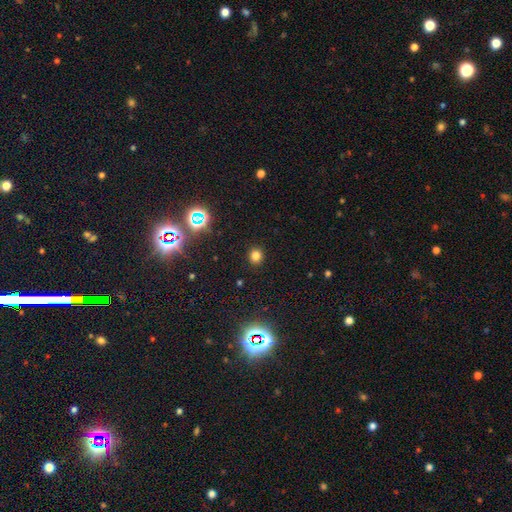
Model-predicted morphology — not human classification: type=smooth (76%); roundness=round (80%); merging=none (90%).